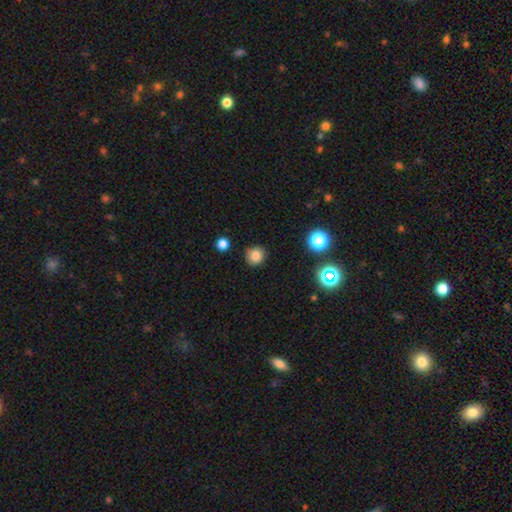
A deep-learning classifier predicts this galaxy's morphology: Q: Smooth or featured?
A: smooth (80%); runner-up: star or artifact (13%)
Q: How rounded?
A: round (89%); runner-up: in between (10%)
Q: Merging?
A: none (88%); runner-up: minor disturbance (8%)